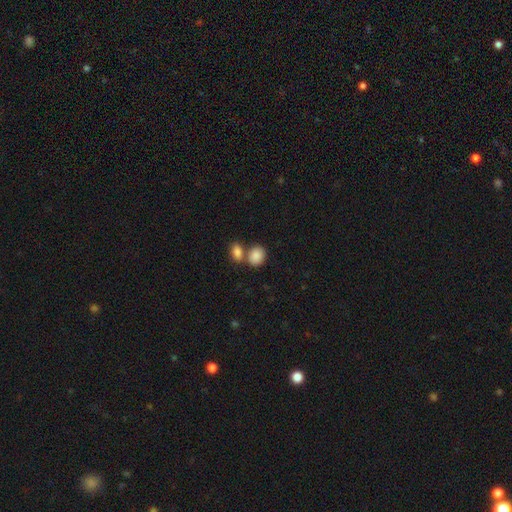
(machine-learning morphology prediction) Smooth or featured: smooth — 87% (star or artifact — 7%)
How rounded: in between — 59% (round — 40%)
Merging: merger — 44% (none — 43%)